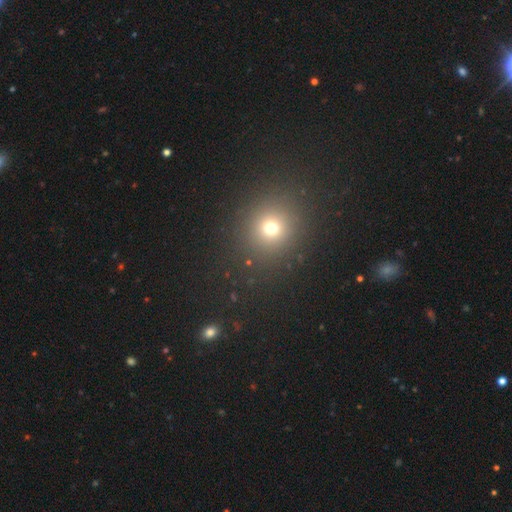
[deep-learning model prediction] Smooth or featured? smooth (60%)
How rounded? round (80%)
Merging? none (91%)